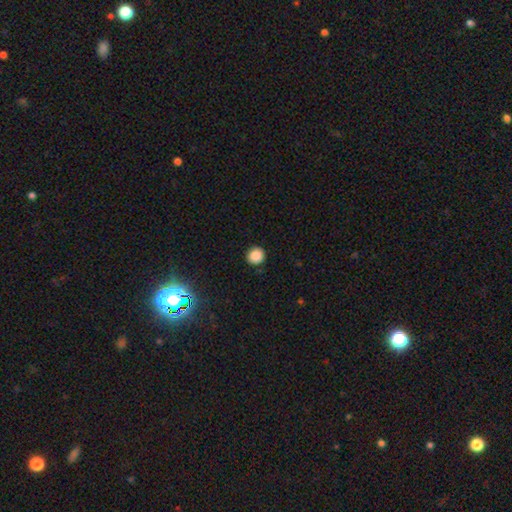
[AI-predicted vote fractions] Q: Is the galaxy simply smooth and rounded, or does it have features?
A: smooth — 86%.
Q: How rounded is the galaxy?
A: round — 93%.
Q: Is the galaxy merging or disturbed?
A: none — 91%.